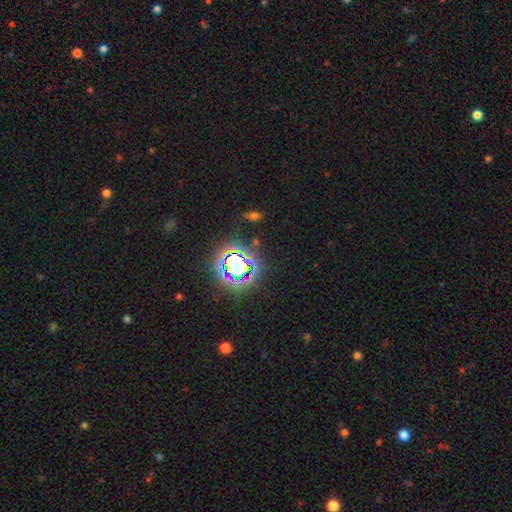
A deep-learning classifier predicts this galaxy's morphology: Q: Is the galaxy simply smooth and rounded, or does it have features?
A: star or artifact — 83%.